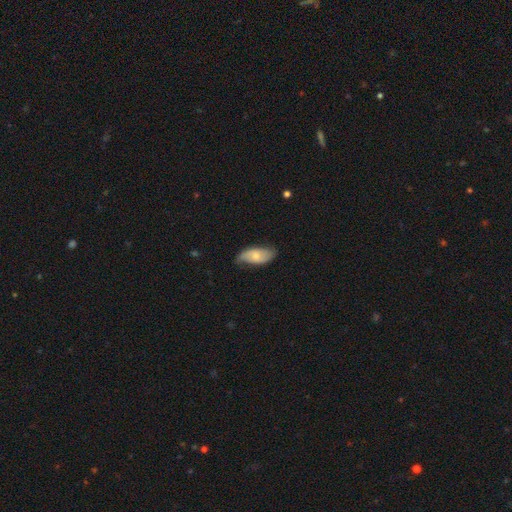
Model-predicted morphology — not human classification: Q: Smooth or featured?
A: smooth (61%); runner-up: featured or disk (33%)
Q: How rounded?
A: in between (90%); runner-up: cigar-shaped (7%)
Q: Merging?
A: none (64%); runner-up: minor disturbance (29%)